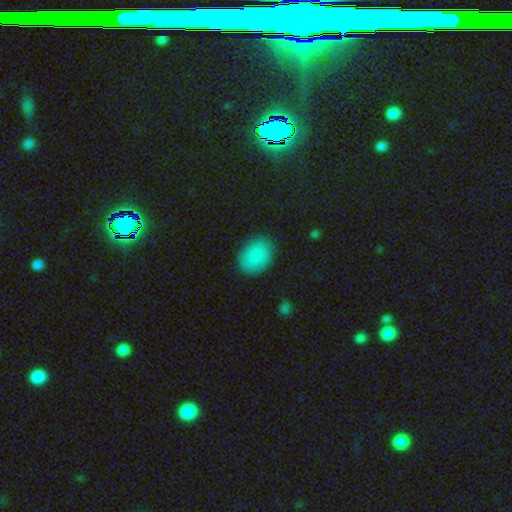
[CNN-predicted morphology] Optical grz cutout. It shows a smooth galaxy with no disk features (81%) that is in between round and cigar-shaped (65%). Merging: none (80%).